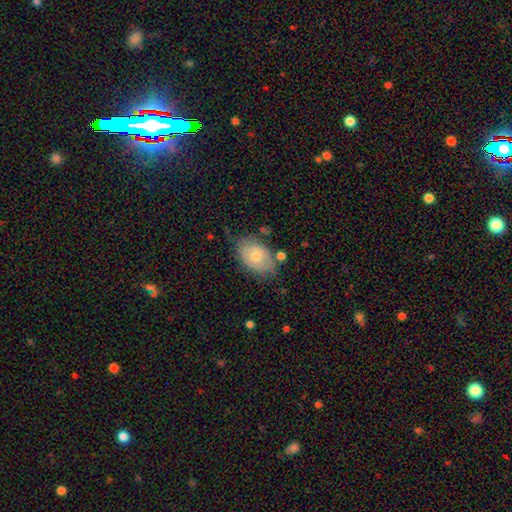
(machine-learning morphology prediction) Smooth or featured: smooth — 62% (featured or disk — 30%)
How rounded: in between — 83% (round — 16%)
Merging: none — 67% (minor disturbance — 23%)